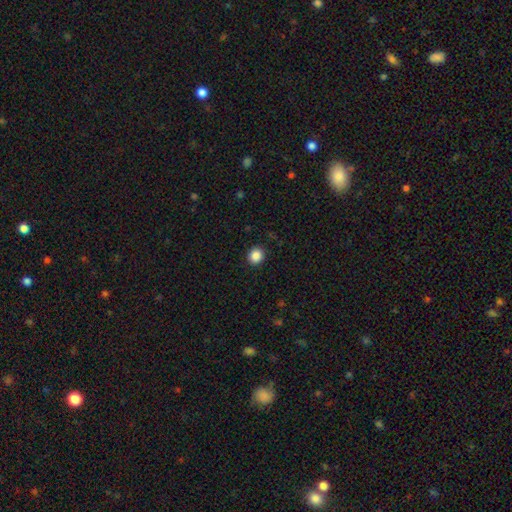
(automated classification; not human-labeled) Smooth or featured? Predicted: smooth (p=0.87). How rounded? Predicted: round (p=0.89). Merging? Predicted: none (p=0.92).